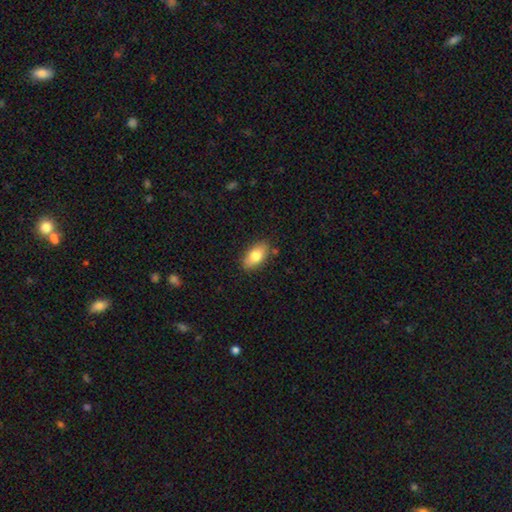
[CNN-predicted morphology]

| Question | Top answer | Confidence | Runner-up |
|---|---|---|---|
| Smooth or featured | smooth | 78% | featured or disk (15%) |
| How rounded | in between | 91% | round (5%) |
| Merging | none | 84% | minor disturbance (12%) |